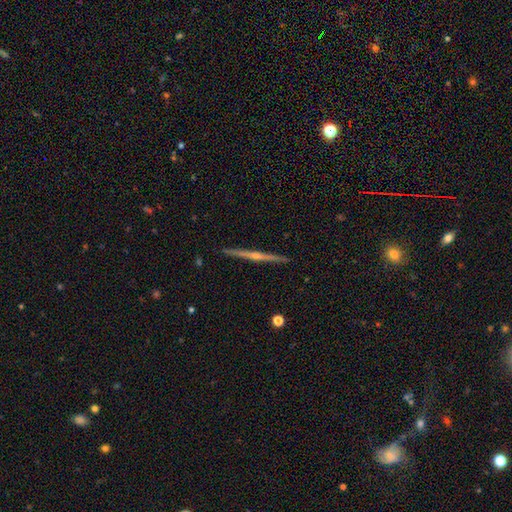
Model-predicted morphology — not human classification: smooth_or_featured: featured or disk (p=0.80) [alt: smooth p=0.14]
disk_edge_on: yes (p=0.99) [alt: no p=0.01]
edge_on_bulge: rounded (p=0.72) [alt: none p=0.21]
merging: none (p=0.93) [alt: minor disturbance p=0.05]